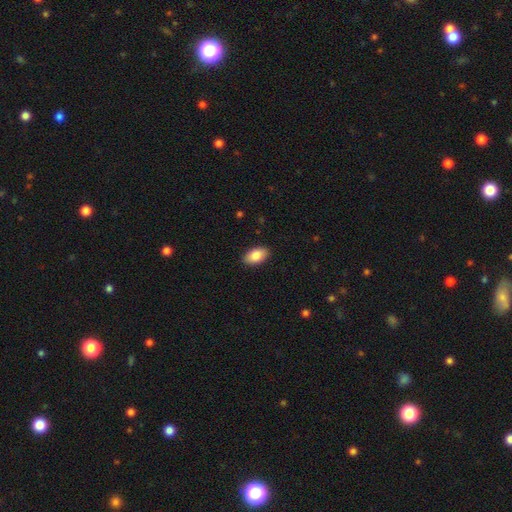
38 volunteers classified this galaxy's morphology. Smooth or featured?
  - smooth: 95% *
  - featured or disk: 5%
  - star or artifact: 0%
How rounded?
  - in between: 94% *
  - round: 3%
  - cigar-shaped: 3%
Merging?
  - none: 95% *
  - minor disturbance: 3%
  - major disturbance: 3%
  - merger: 0%